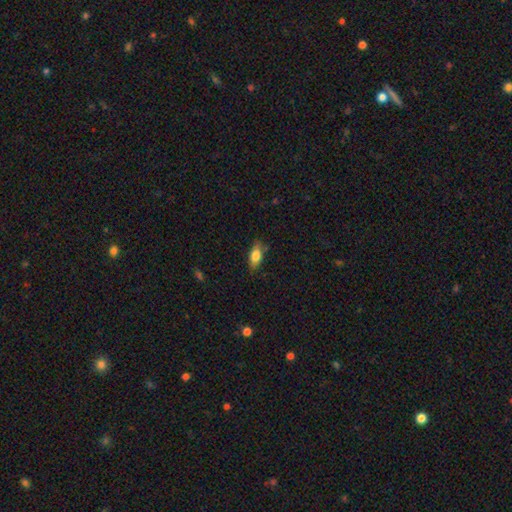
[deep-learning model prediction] smooth 77%, featured or disk 16%, star or artifact 7%. Down the decision tree: how rounded — in between (84%); merging — none (76%).